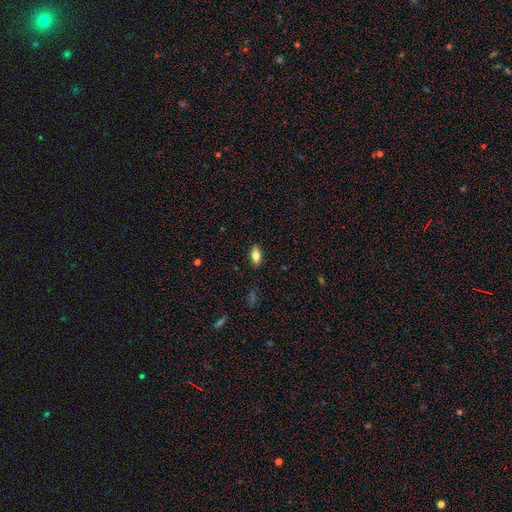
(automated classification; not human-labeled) Overall: smooth (72%). How rounded: in between (85%). Merging: none (88%).